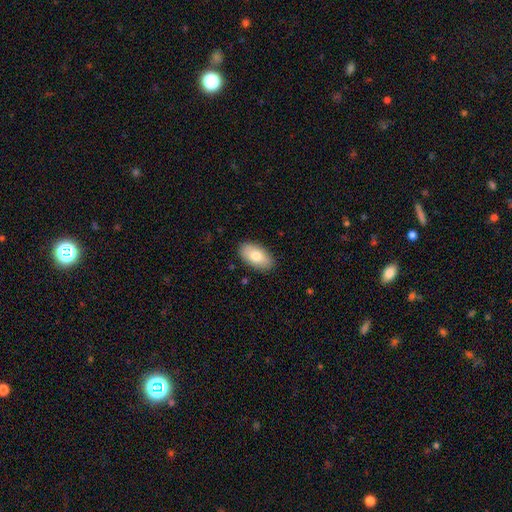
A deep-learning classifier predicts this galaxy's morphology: Smooth or featured? Predicted: smooth (p=0.80). How rounded? Predicted: in between (p=0.94). Merging? Predicted: none (p=0.88).